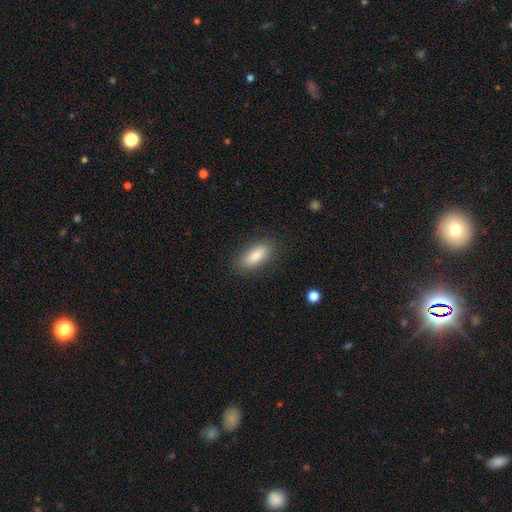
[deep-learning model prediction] A smooth galaxy with no disk features (84%) that is in between round and cigar-shaped (79%).

Vote fractions:
- Smooth or featured? smooth: 84% / featured or disk: 9% / star or artifact: 7%
- How rounded? in between: 79% / cigar-shaped: 19% / round: 2%
- Merging? none: 86% / minor disturbance: 10% / major disturbance: 3% / merger: 1%